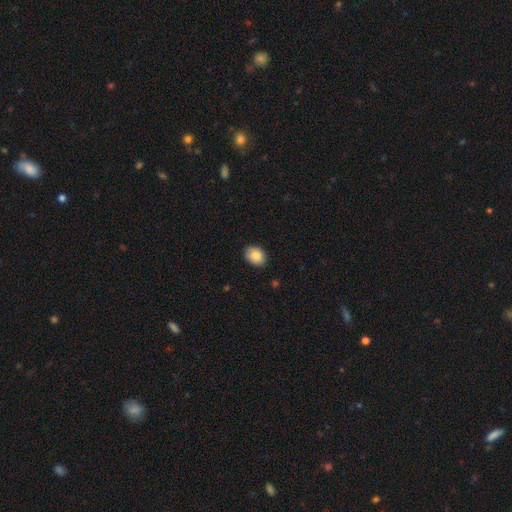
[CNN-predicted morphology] smooth 87%, star or artifact 8%, featured or disk 5%. Down the decision tree: how rounded — in between (64%); merging — none (87%).